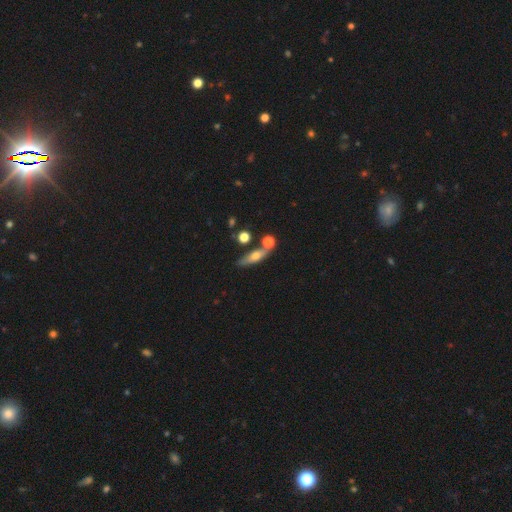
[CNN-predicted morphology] This is possibly a smooth galaxy (50%). How rounded: possibly cigar-shaped (57%). Merging: likely none (66%).